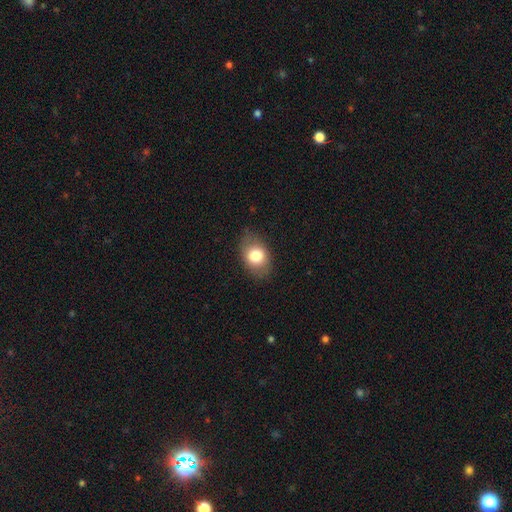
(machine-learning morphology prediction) Q: Smooth or featured?
A: smooth (77%); runner-up: featured or disk (15%)
Q: How rounded?
A: in between (77%); runner-up: round (22%)
Q: Merging?
A: none (79%); runner-up: minor disturbance (16%)